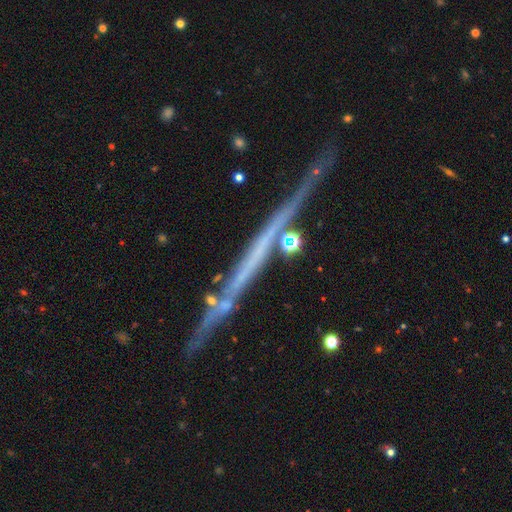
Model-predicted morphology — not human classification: featured or disk 74%, smooth 15%, star or artifact 11%. Down the decision tree: edge-on disk — yes (95%); edge-on bulge — none (83%); merging — none (76%).